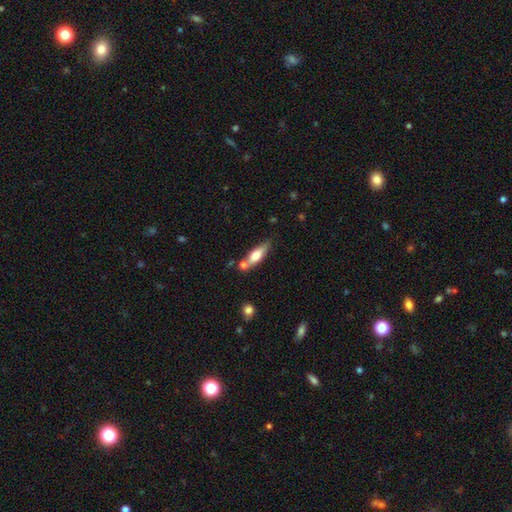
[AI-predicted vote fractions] This is likely a smooth galaxy (61%). How rounded: possibly in between (51%). Merging: possibly none (57%).